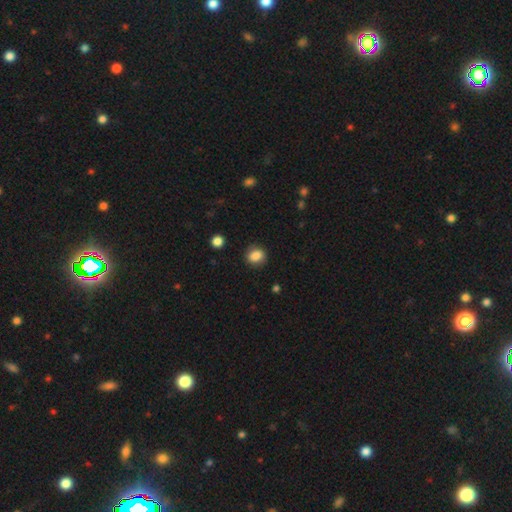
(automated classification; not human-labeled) Smooth or featured: smooth — 84% (star or artifact — 9%)
How rounded: round — 62% (in between — 37%)
Merging: none — 85% (minor disturbance — 11%)